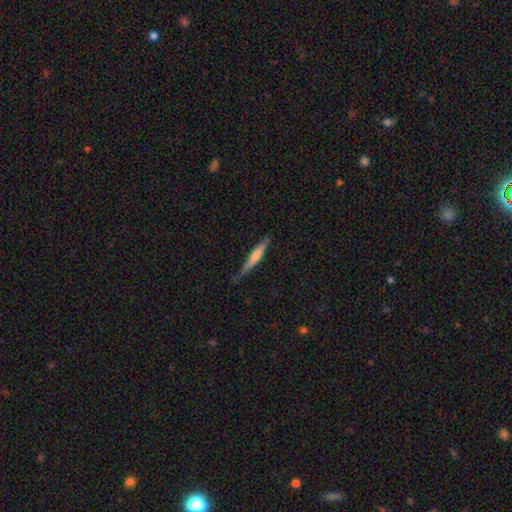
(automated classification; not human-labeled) Smooth or featured? Predicted: smooth (p=0.48). Merging? Predicted: none (p=0.75).